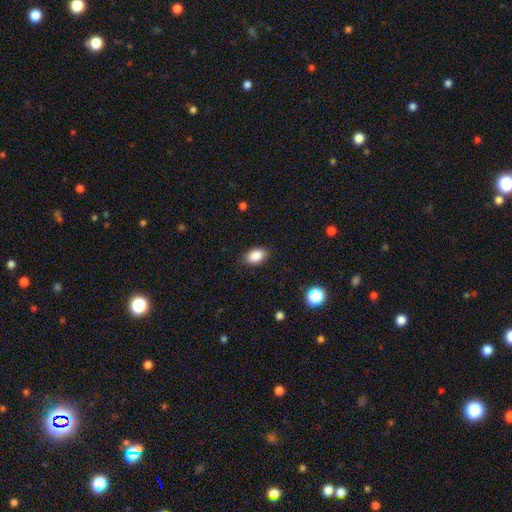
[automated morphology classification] Smooth or featured?
  - smooth: 88% *
  - star or artifact: 8%
  - featured or disk: 4%
How rounded?
  - in between: 89% *
  - round: 10%
  - cigar-shaped: 1%
Merging?
  - none: 85% *
  - minor disturbance: 11%
  - major disturbance: 3%
  - merger: 1%